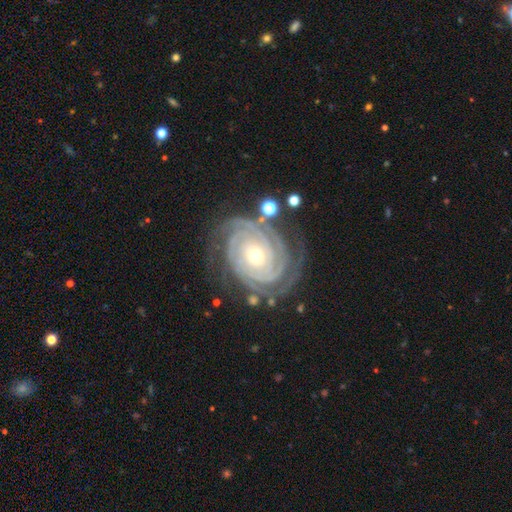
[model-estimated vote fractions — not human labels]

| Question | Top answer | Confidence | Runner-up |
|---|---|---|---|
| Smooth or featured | featured or disk | 92% | star or artifact (4%) |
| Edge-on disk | no | 97% | yes (3%) |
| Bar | no | 77% | weak (15%) |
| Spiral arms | yes | 98% | no (2%) |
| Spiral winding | tight | 88% | medium (11%) |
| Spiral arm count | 3 | 25% | 4 (22%) |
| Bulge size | small | 57% | moderate (40%) |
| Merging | none | 74% | minor disturbance (16%) |